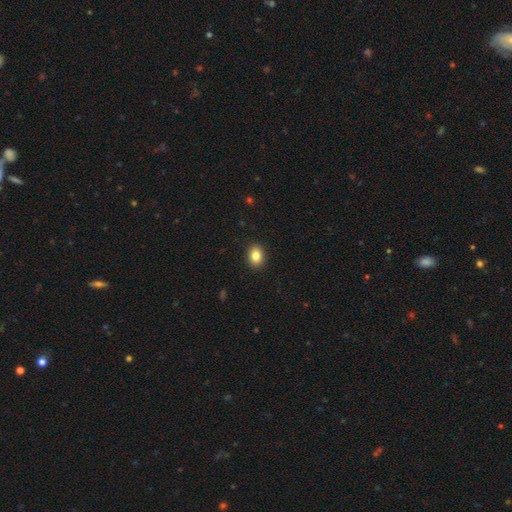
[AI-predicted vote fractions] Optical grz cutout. It shows a smooth galaxy with no disk features (84%) that is in between round and cigar-shaped (66%). Merging: none (91%).